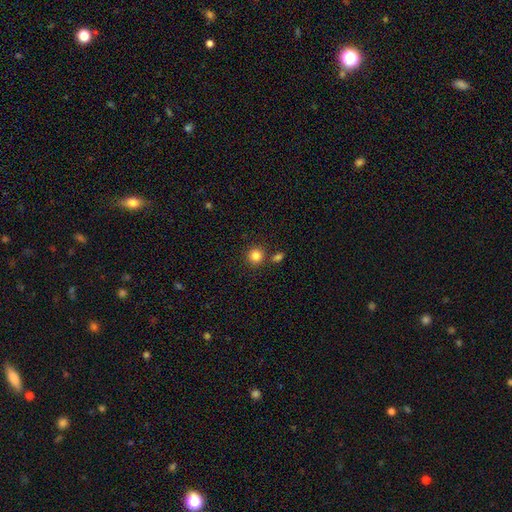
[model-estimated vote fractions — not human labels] Smooth or featured? Predicted: smooth (p=0.84). How rounded? Predicted: round (p=0.92). Merging? Predicted: none (p=0.82).